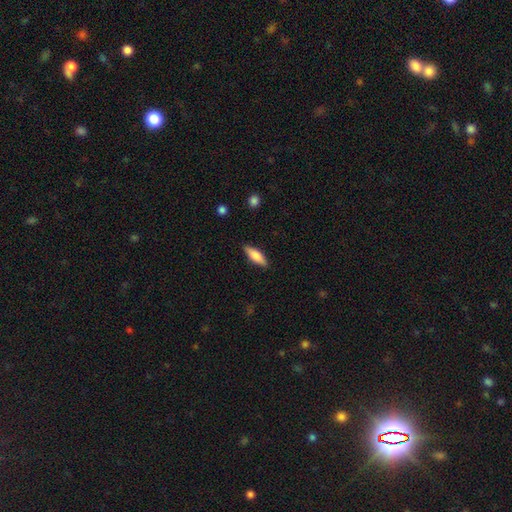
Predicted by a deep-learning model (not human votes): Smooth or featured?
  - smooth: 74% *
  - featured or disk: 20%
  - star or artifact: 6%
How rounded?
  - in between: 53% *
  - cigar-shaped: 45%
  - round: 2%
Merging?
  - none: 88% *
  - minor disturbance: 9%
  - major disturbance: 2%
  - merger: 1%